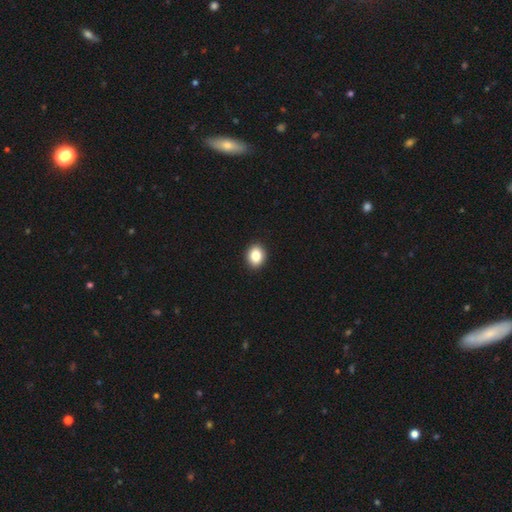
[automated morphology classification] The model was most divided on "how rounded": round: 52%, in between: 47%, cigar-shaped: 1%. More confident: merging — none (92%); smooth or featured — smooth (85%).